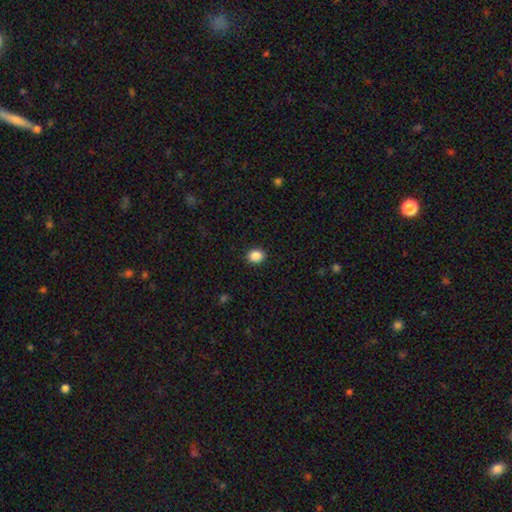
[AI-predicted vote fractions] smooth 88%, star or artifact 9%, featured or disk 3%. Down the decision tree: how rounded — round (66%); merging — none (91%).